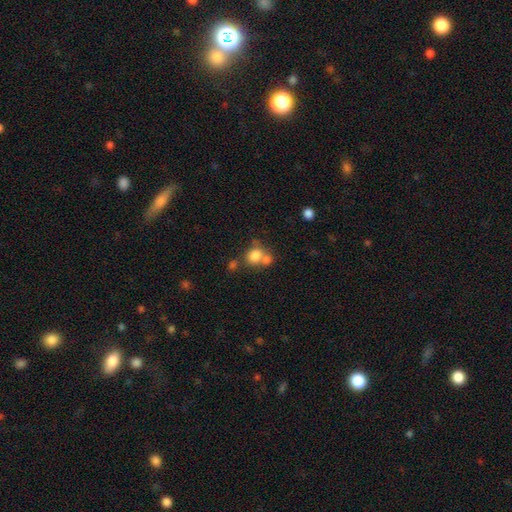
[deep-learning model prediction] smooth-or-featured: smooth: 78% | star or artifact: 11% | featured or disk: 11%
  how-rounded: round: 68% | in between: 31% | cigar-shaped: 1%
  merging: merger: 46% | none: 40% | minor disturbance: 9% | major disturbance: 5%